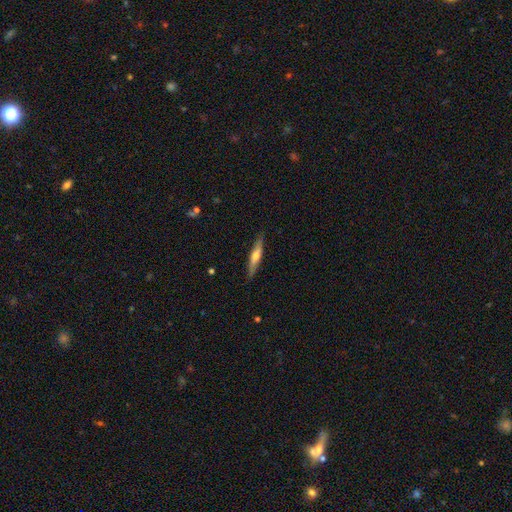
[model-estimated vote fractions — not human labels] Morphology: type=featured or disk (51%); edge-on=yes (92%); merging=none (86%).